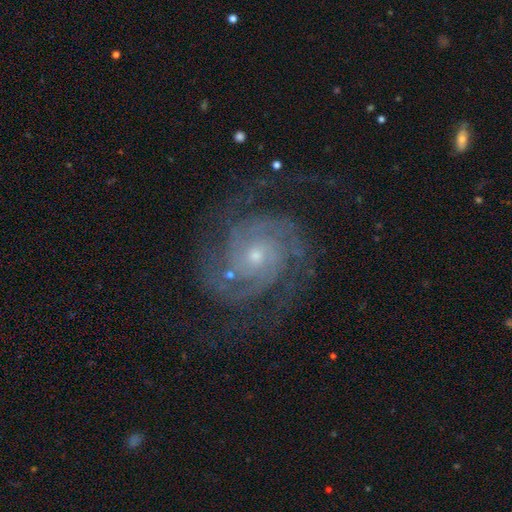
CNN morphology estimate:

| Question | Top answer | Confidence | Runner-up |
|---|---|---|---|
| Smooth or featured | featured or disk | 91% | star or artifact (5%) |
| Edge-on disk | no | 98% | yes (2%) |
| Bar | no | 73% | weak (20%) |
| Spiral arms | yes | 98% | no (2%) |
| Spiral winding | tight | 62% | medium (33%) |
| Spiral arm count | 2 | 64% | 3 (15%) |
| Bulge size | small | 70% | moderate (27%) |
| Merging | none | 76% | minor disturbance (14%) |